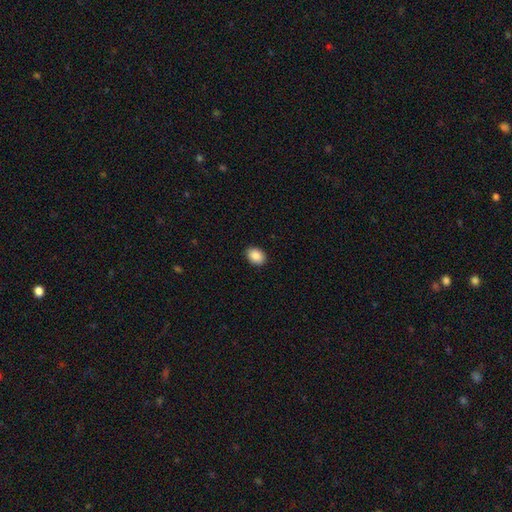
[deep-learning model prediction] A smooth galaxy with no disk features (90%) that is in between round and cigar-shaped (73%).

Vote fractions:
- Smooth or featured? smooth: 90% / star or artifact: 7% / featured or disk: 3%
- How rounded? in between: 73% / round: 26% / cigar-shaped: 1%
- Merging? none: 90% / minor disturbance: 7% / major disturbance: 2% / merger: 1%